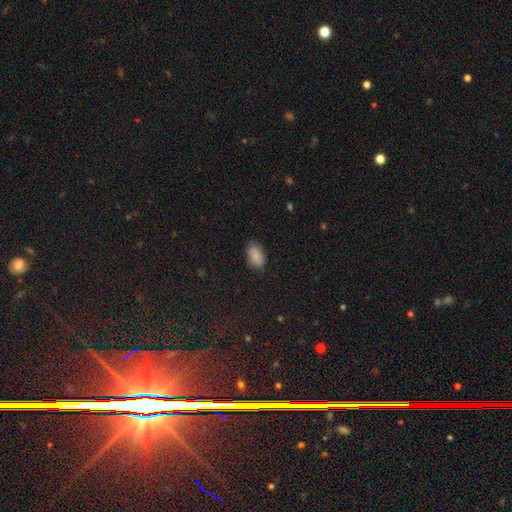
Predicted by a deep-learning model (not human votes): smooth-or-featured: smooth: 82% | featured or disk: 9% | star or artifact: 9%
  how-rounded: in between: 91% | round: 8% | cigar-shaped: 2%
  merging: none: 75% | minor disturbance: 19% | major disturbance: 4% | merger: 2%